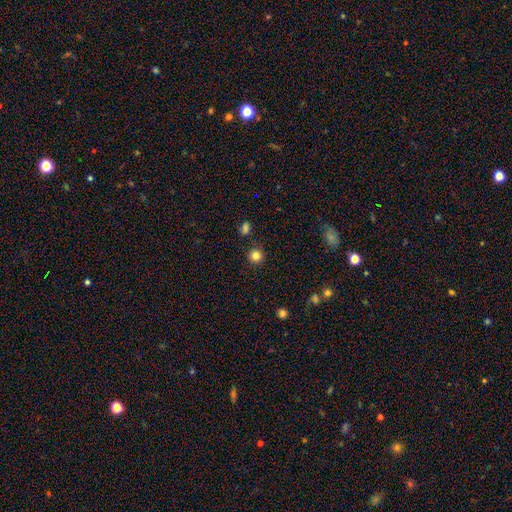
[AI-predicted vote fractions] A smooth galaxy with no disk features (83%) that is round (93%). Merging: none (89%).